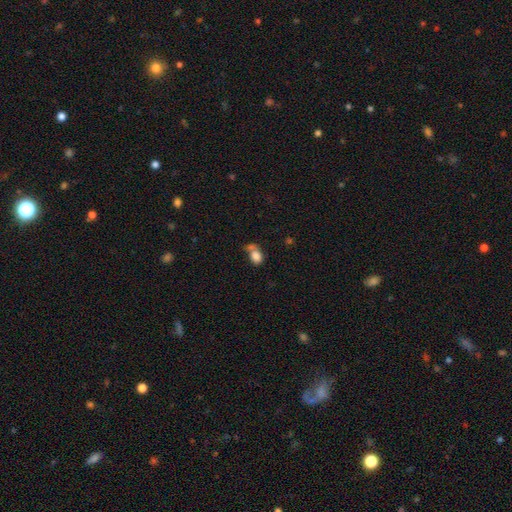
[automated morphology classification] Smooth or featured?
  - smooth: 81% *
  - star or artifact: 10%
  - featured or disk: 9%
How rounded?
  - in between: 73% *
  - round: 25%
  - cigar-shaped: 2%
Merging?
  - merger: 35% *
  - none: 33%
  - minor disturbance: 18%
  - major disturbance: 14%